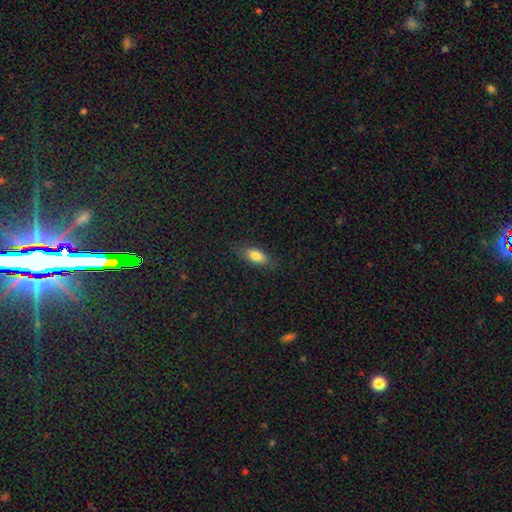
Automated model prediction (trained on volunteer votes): The model was most divided on "how rounded": in between: 82%, cigar-shaped: 15%, round: 4%. More confident: merging — none (81%); smooth or featured — smooth (81%).